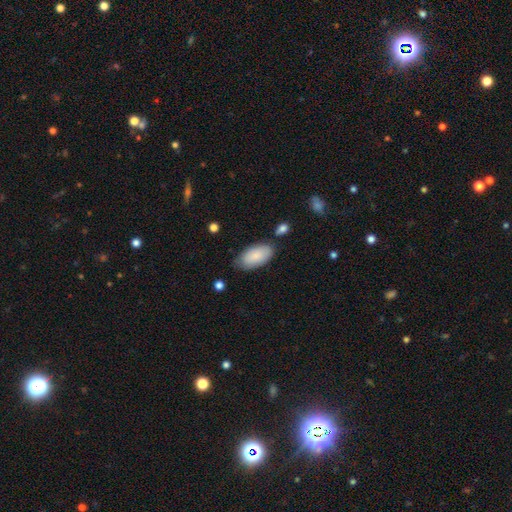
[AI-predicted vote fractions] smooth_or_featured: smooth (p=0.84) [alt: featured or disk p=0.10]
how_rounded: in between (p=0.95) [alt: cigar-shaped p=0.03]
merging: none (p=0.73) [alt: minor disturbance p=0.18]